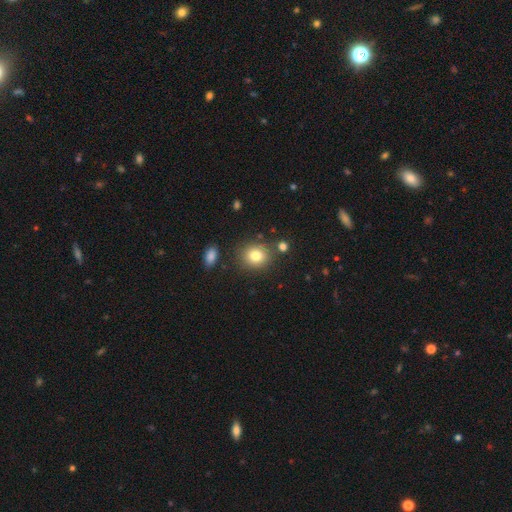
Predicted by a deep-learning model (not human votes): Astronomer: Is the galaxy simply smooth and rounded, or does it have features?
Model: smooth — 80%.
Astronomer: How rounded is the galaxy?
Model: round — 74%.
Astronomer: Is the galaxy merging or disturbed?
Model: none — 80%.